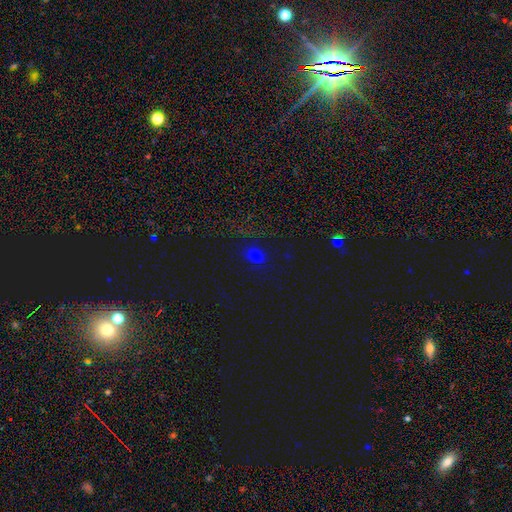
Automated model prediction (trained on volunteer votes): Morphology: type=smooth (71%); roundness=in between (51%); merging=none (83%).